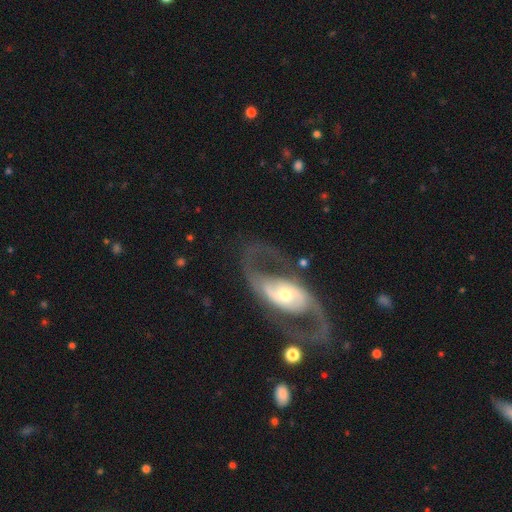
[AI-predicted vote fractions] Smooth or featured? featured or disk (90%)
Edge-on disk? no (96%)
Bar? no (46%)
Spiral arms? yes (96%)
Spiral winding? medium (48%)
Spiral arm count? 2 (93%)
Bulge size? moderate (48%)
Merging? none (75%)